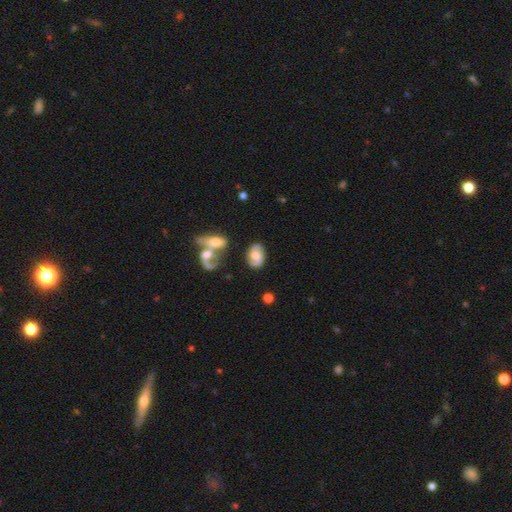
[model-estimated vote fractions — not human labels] Smooth or featured? Predicted: featured or disk (p=0.52). Edge-on disk? Predicted: no (p=0.94). Merging? Predicted: none (p=0.68).